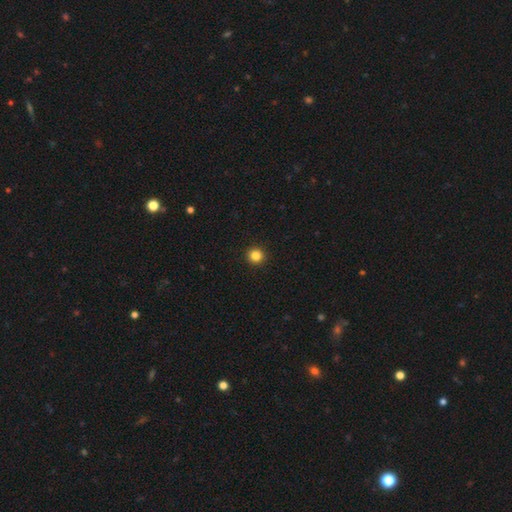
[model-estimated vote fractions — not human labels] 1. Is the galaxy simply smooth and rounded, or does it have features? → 84% smooth, 12% star or artifact, 4% featured or disk.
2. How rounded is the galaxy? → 95% round, 4% in between, 1% cigar-shaped.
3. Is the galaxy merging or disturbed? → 94% none, 4% minor disturbance, 1% major disturbance, 1% merger.